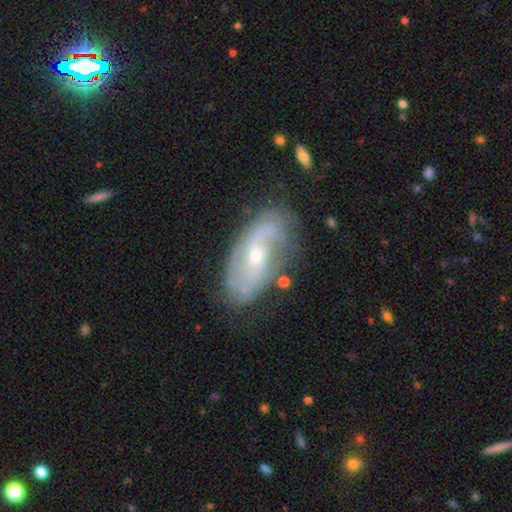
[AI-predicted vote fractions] smooth_or_featured: featured or disk (p=0.82) [alt: smooth p=0.12]
disk_edge_on: no (p=0.94) [alt: yes p=0.06]
bar: no (p=0.55) [alt: weak p=0.35]
has_spiral_arms: yes (p=0.92) [alt: no p=0.08]
spiral_winding: medium (p=0.41) [alt: loose p=0.30]
spiral_arm_count: 2 (p=0.68) [alt: can't tell p=0.18]
bulge_size: small (p=0.60) [alt: moderate p=0.37]
merging: none (p=0.72) [alt: minor disturbance p=0.19]